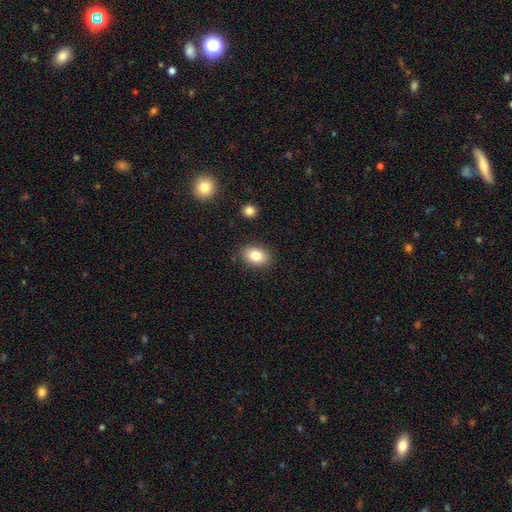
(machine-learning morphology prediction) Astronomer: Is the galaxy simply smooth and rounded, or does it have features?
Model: smooth — 84%.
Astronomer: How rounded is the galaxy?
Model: in between — 84%.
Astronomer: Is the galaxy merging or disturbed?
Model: none — 85%.